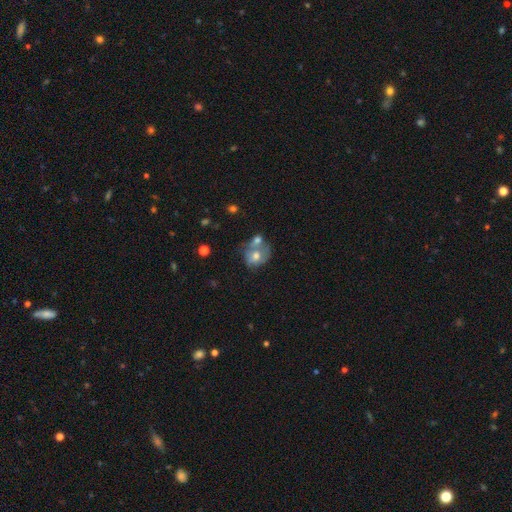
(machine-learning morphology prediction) A smooth galaxy with no disk features (56%) that is round (59%). Merging: merger (44%).